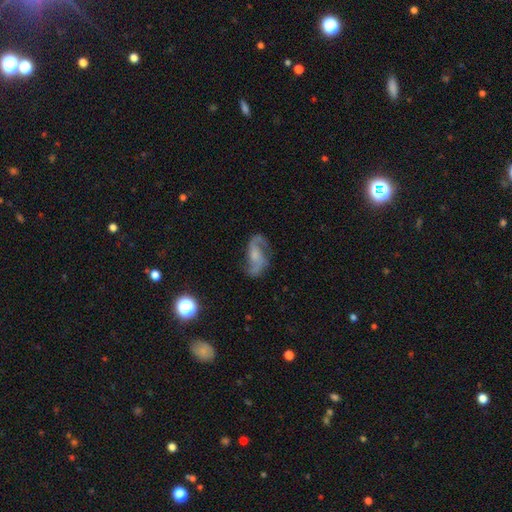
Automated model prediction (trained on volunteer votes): featured or disk 83%, smooth 9%, star or artifact 7%. Down the decision tree: edge-on disk — no (96%); bar — no (50%); spiral arms — yes (95%); spiral arm count — 2 (91%); spiral winding — loose (57%); bulge size — small (40%); merging — none (70%).